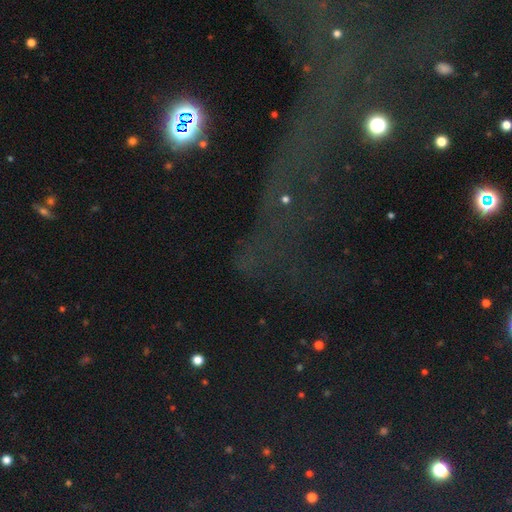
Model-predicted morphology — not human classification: The model was most divided on "smooth or featured": star or artifact: 74%, smooth: 13%, featured or disk: 12%.